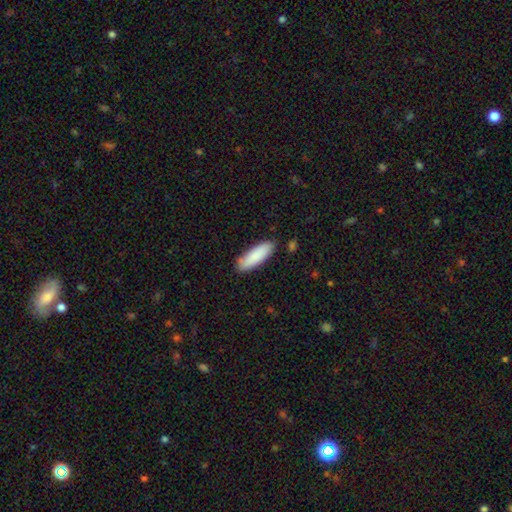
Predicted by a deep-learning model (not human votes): Smooth or featured? Predicted: smooth (p=0.87). How rounded? Predicted: in between (p=0.54). Merging? Predicted: none (p=0.83).